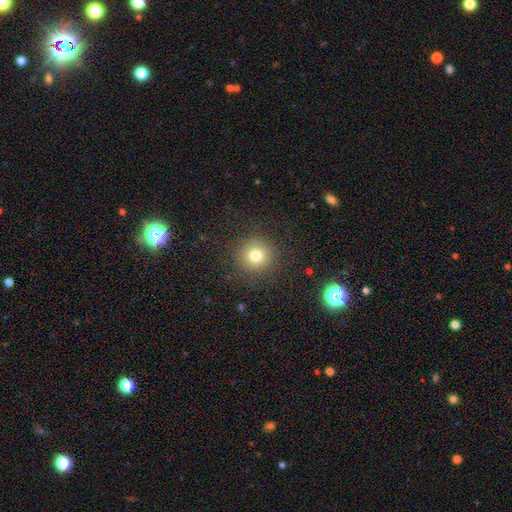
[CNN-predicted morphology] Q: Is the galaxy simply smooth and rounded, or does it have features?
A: smooth — 77%.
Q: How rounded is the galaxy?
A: round — 94%.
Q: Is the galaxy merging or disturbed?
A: none — 89%.